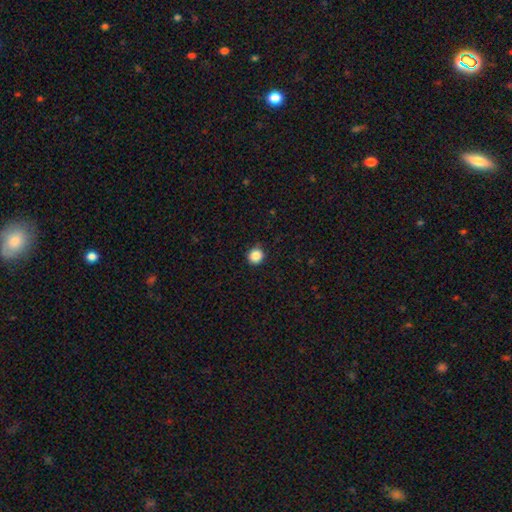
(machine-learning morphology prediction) A smooth galaxy with no disk features (87%) that is round (91%).

Vote fractions:
- Smooth or featured? smooth: 87% / star or artifact: 10% / featured or disk: 3%
- How rounded? round: 91% / in between: 8% / cigar-shaped: 1%
- Merging? none: 90% / minor disturbance: 7% / major disturbance: 2% / merger: 1%